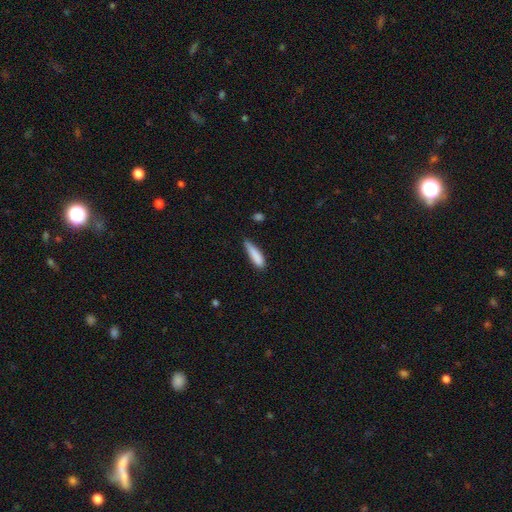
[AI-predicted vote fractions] This is clearly a smooth galaxy (85%). How rounded: likely cigar-shaped (73%). Merging: possibly none (55%).